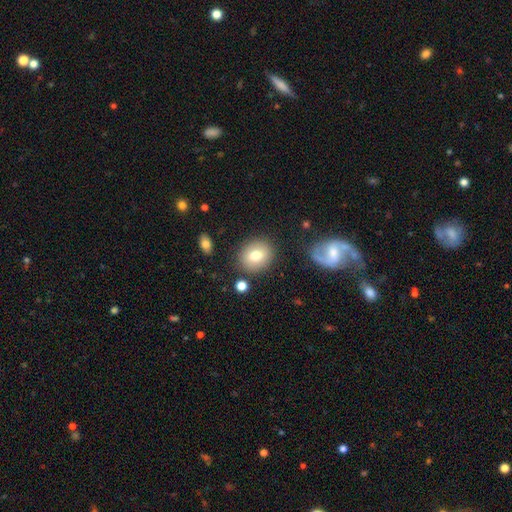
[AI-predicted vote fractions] Smooth or featured? smooth (75%)
How rounded? round (69%)
Merging? none (84%)